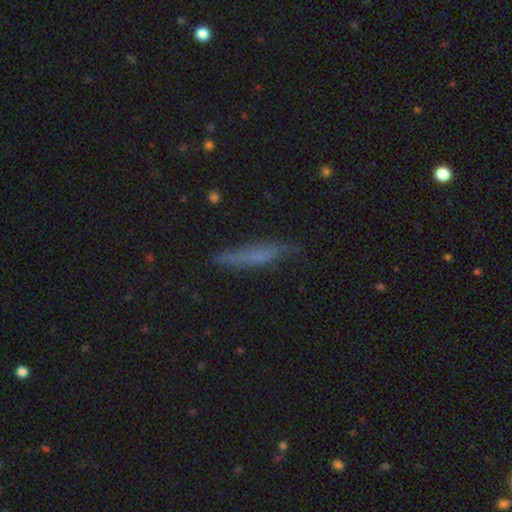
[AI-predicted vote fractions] A smooth galaxy with no disk features (55%) that is cigar-shaped (90%).

Vote fractions:
- Smooth or featured? smooth: 55% / featured or disk: 33% / star or artifact: 11%
- How rounded? cigar-shaped: 90% / in between: 8% / round: 2%
- Merging? none: 79% / minor disturbance: 16% / major disturbance: 4% / merger: 2%